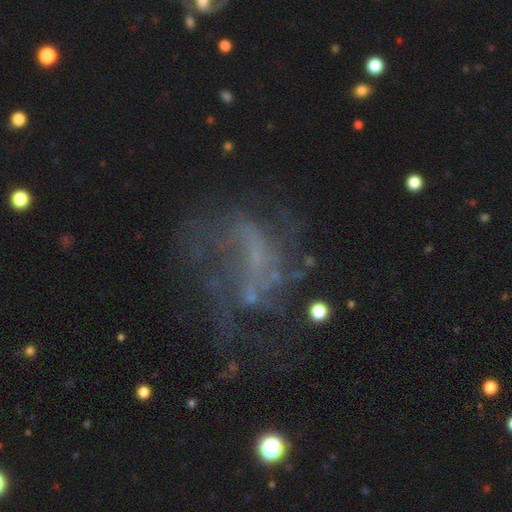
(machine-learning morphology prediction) This is likely a featured or disk galaxy (66%). It is clearly not viewed edge-on (97%). Bar: possibly no (59%). Spiral arm pattern: possibly yes (55%). Central bulge: likely none (68%). Merging: marginally major disturbance (40%).